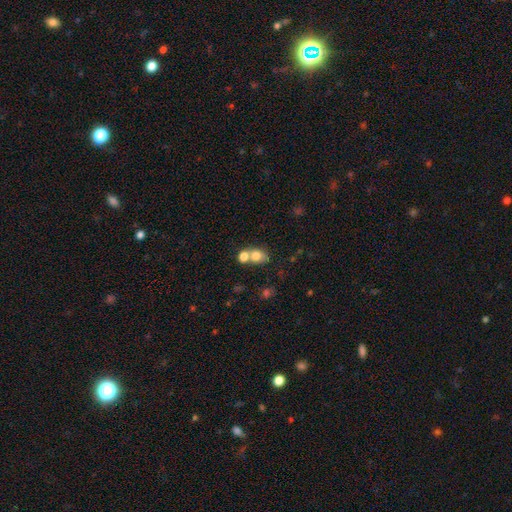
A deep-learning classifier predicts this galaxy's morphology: The model was most divided on "how rounded": in between: 55%, round: 44%, cigar-shaped: 1%. More confident: smooth or featured — smooth (74%); merging — merger (56%).